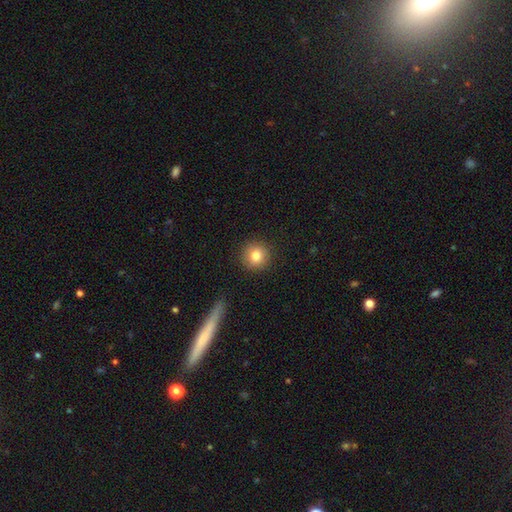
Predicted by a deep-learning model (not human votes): Overall: smooth (82%). How rounded: round (93%). Merging: none (90%).